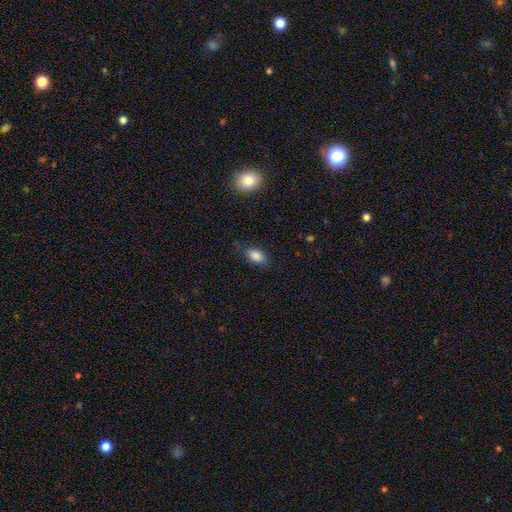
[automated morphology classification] Overall: smooth (86%). How rounded: in between (91%). Merging: none (77%).